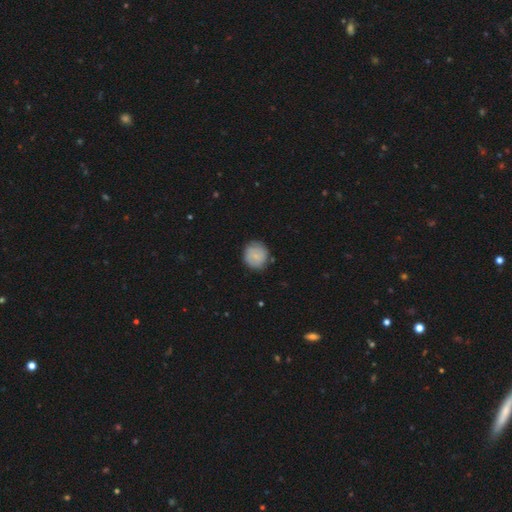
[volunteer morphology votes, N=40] This appears to be a smooth galaxy with no disk features (80%) that is round (97%). Merging: none (74%).